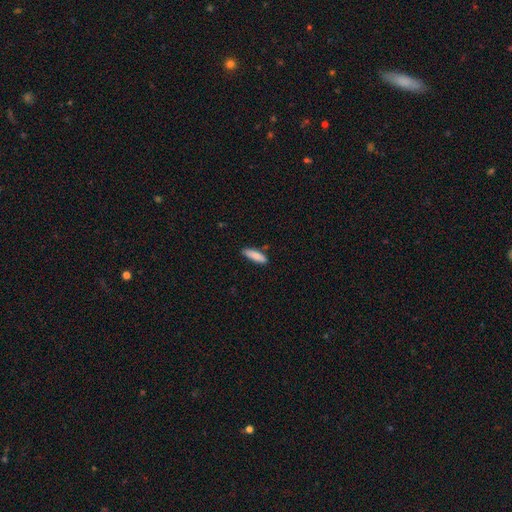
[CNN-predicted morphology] This is clearly a smooth galaxy (86%). How rounded: possibly cigar-shaped (53%). Merging: clearly none (82%).